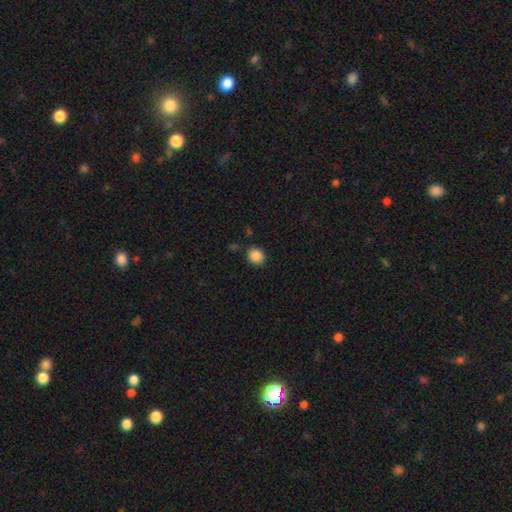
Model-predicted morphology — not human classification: Smooth or featured: smooth — 87% (star or artifact — 9%)
How rounded: round — 75% (in between — 24%)
Merging: none — 84% (minor disturbance — 10%)